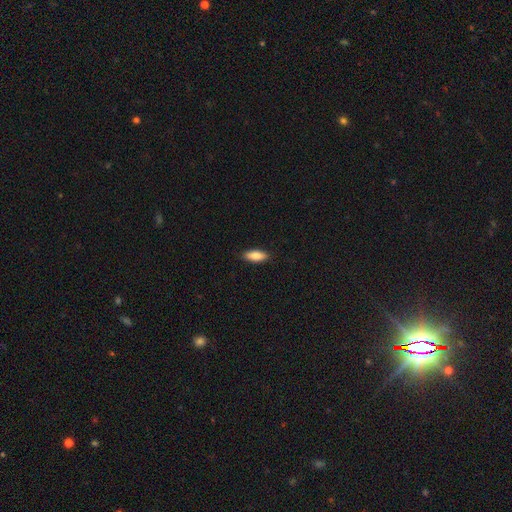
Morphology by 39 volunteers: This appears to be a smooth galaxy with no disk features (90%) that is in between round and cigar-shaped (83%). Merging: none (95%).